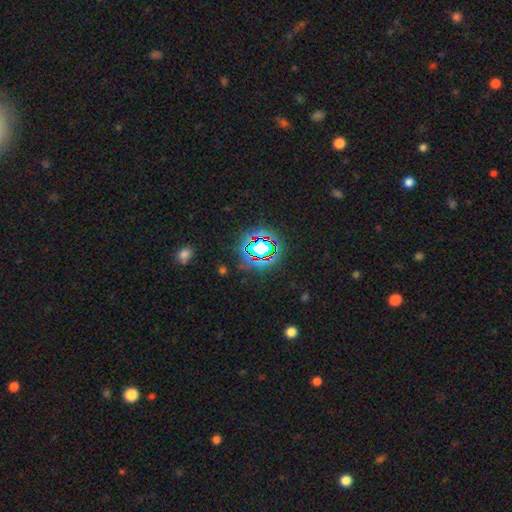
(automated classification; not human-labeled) Overall: star or artifact (76%).